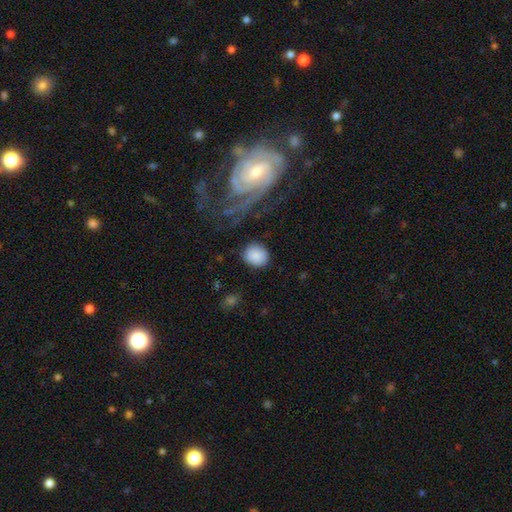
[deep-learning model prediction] smooth 86%, star or artifact 7%, featured or disk 7%. Down the decision tree: how rounded — round (76%); merging — none (78%).